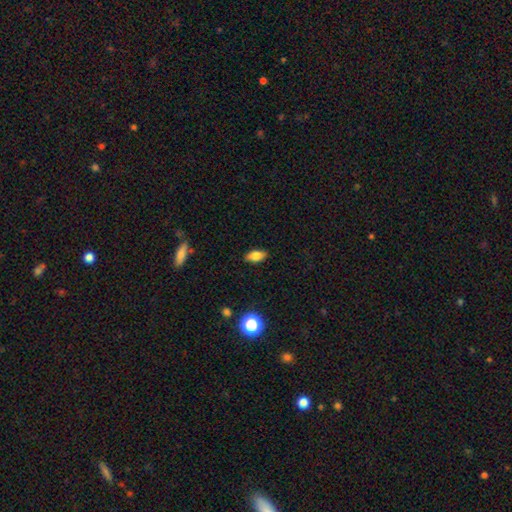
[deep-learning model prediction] This appears to be a smooth galaxy with no disk features (82%) that is in between round and cigar-shaped (88%). Merging: none (87%).